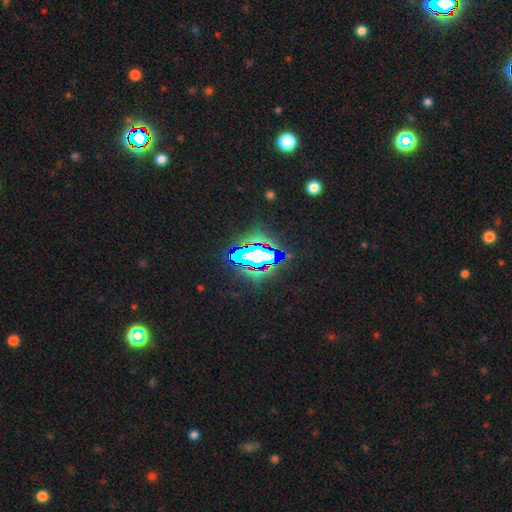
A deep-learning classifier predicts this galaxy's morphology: A star or artifact, not a galaxy (69%).